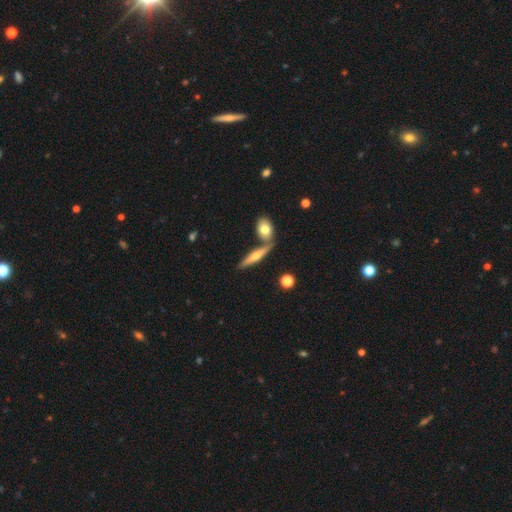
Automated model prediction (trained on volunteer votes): smooth-or-featured: featured or disk: 53% | smooth: 41% | star or artifact: 6%
  disk-edge-on: yes: 92% | no: 8%
  merging: none: 66% | merger: 21% | minor disturbance: 10% | major disturbance: 3%